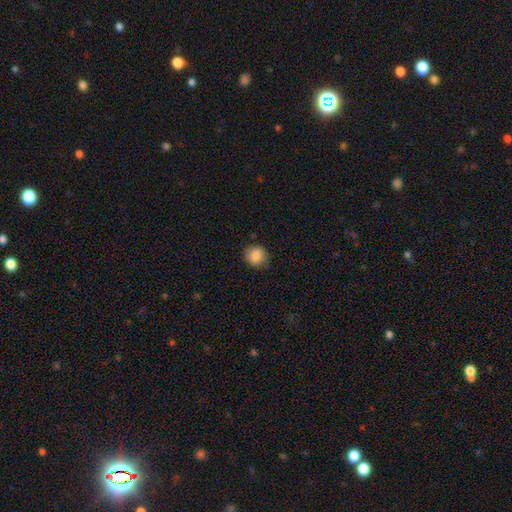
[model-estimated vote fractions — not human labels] This is clearly a smooth galaxy (85%). How rounded: clearly round (85%). Merging: clearly none (82%).